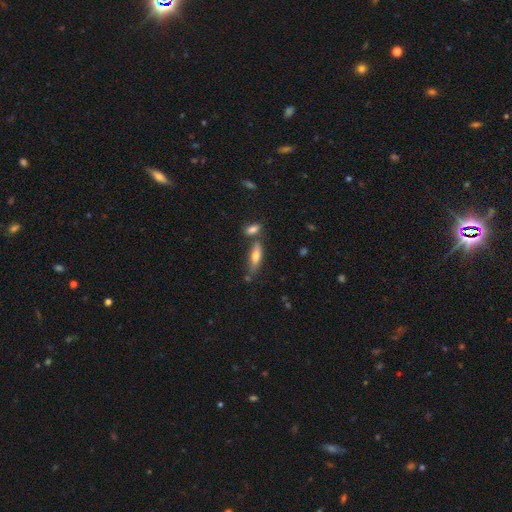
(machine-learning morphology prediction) Smooth or featured? Predicted: smooth (p=0.61). How rounded? Predicted: cigar-shaped (p=0.53). Merging? Predicted: none (p=0.63).